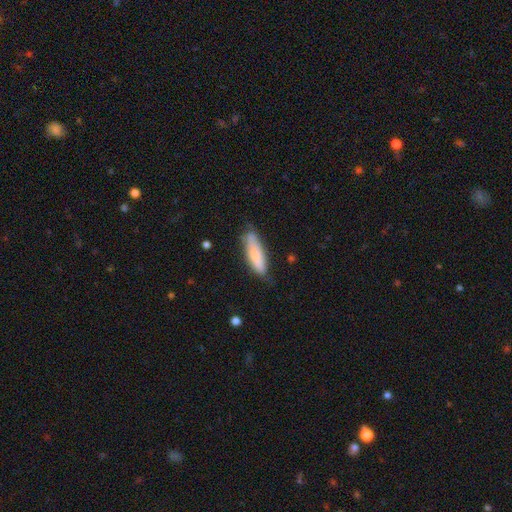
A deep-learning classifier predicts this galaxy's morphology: The model was most divided on "how rounded": cigar-shaped: 62%, in between: 37%, round: 2%. More confident: smooth or featured — smooth (78%); merging — none (63%).